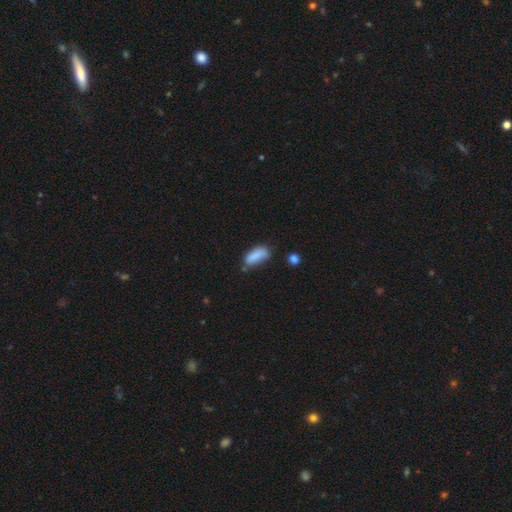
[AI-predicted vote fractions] A smooth galaxy with no disk features (84%) that is in between round and cigar-shaped (78%). Merging: none (46%).